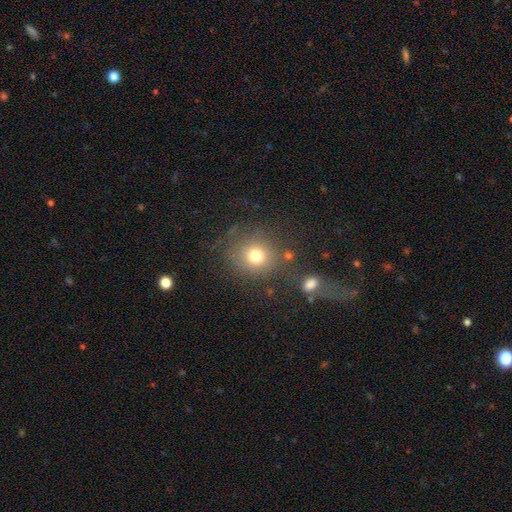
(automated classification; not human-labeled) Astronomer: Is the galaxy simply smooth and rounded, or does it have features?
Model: smooth — 75%.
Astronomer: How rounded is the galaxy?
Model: round — 86%.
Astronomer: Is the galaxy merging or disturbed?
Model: none — 74%.